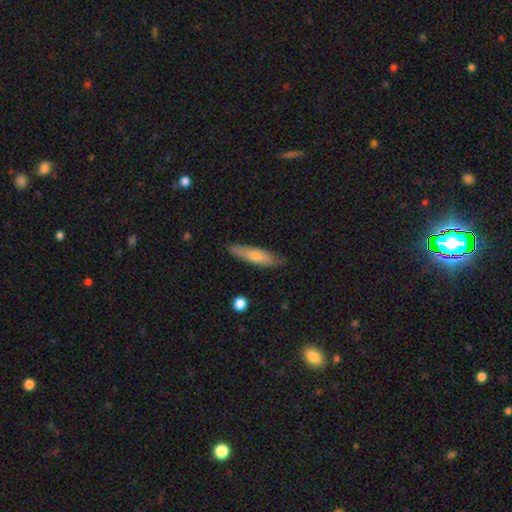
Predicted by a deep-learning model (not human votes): This appears to be a smooth galaxy with no disk features (63%) that is cigar-shaped (75%). Merging: none (83%).